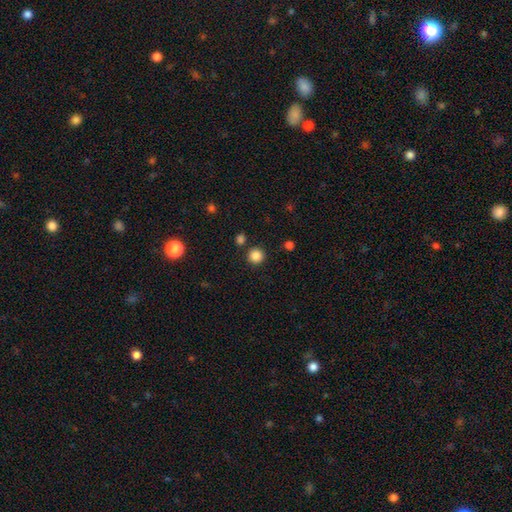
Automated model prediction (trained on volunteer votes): This is clearly a smooth galaxy (85%). How rounded: clearly round (94%). Merging: clearly none (87%).